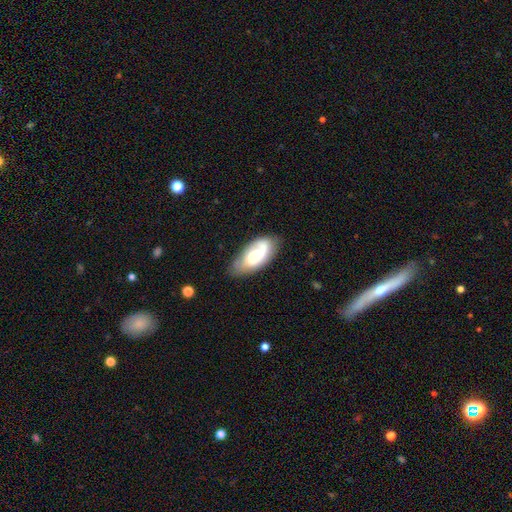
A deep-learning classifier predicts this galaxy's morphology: The model was most divided on "bulge size": small: 43%, moderate: 41%, large: 9%, none: 5%, dominant: 2%. More confident: edge-on disk — no (94%); spiral arms — yes (84%); merging — none (68%); bar — no (67%); smooth or featured — featured or disk (57%).